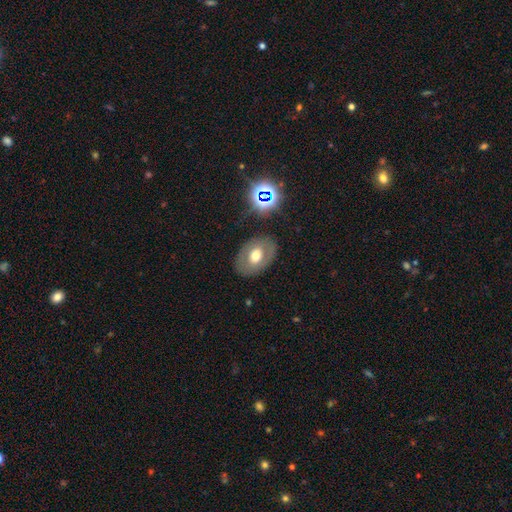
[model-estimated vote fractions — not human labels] This is possibly a smooth galaxy (54%). How rounded: likely in between (77%). Merging: clearly none (81%).